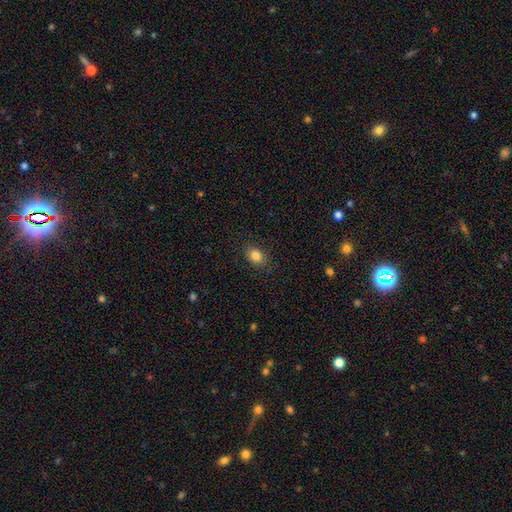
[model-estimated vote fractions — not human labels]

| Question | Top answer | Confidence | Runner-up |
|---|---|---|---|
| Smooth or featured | smooth | 84% | star or artifact (10%) |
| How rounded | in between | 64% | round (35%) |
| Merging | none | 87% | minor disturbance (9%) |